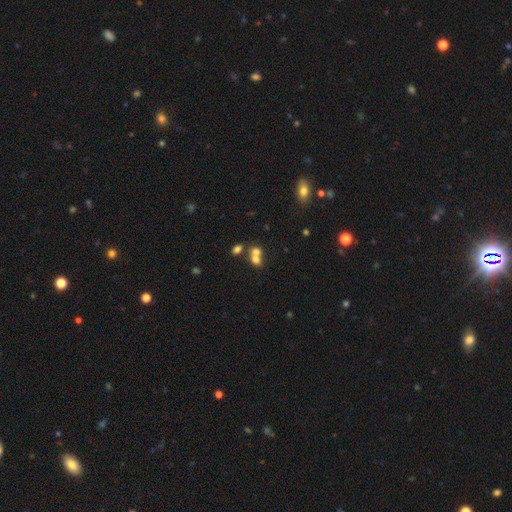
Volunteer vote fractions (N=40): Smooth or featured? 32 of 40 (80%) said smooth. How rounded? 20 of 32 (62%) said round. Merging? 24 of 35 (69%) said merger.